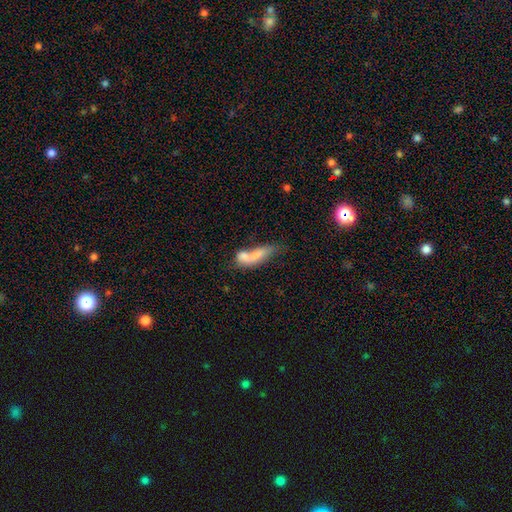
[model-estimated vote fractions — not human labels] Smooth or featured: smooth — 65% (featured or disk — 26%)
How rounded: in between — 56% (cigar-shaped — 38%)
Merging: merger — 53% (none — 21%)